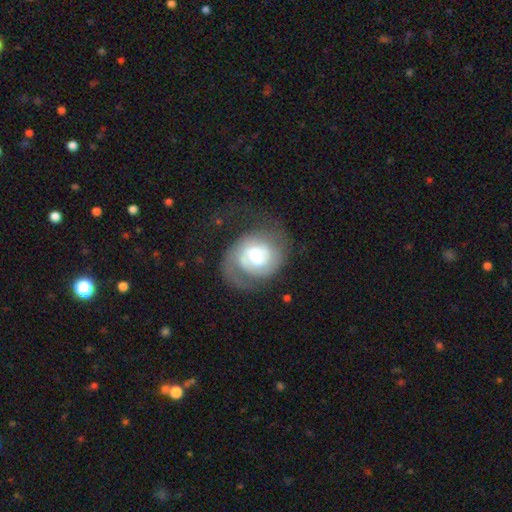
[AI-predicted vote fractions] A featured or disk galaxy (70%) with no bar (51%), 2 (47%) tight (48%) spiral arms (86%) and a moderate central bulge (47%). Merging: none (49%).